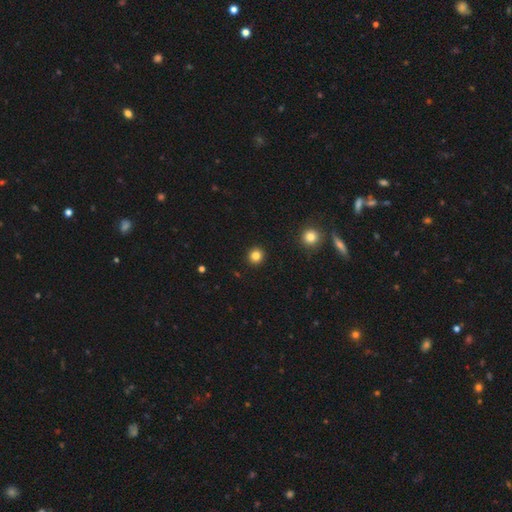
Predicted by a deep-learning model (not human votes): Smooth or featured? smooth (83%)
How rounded? round (93%)
Merging? none (93%)